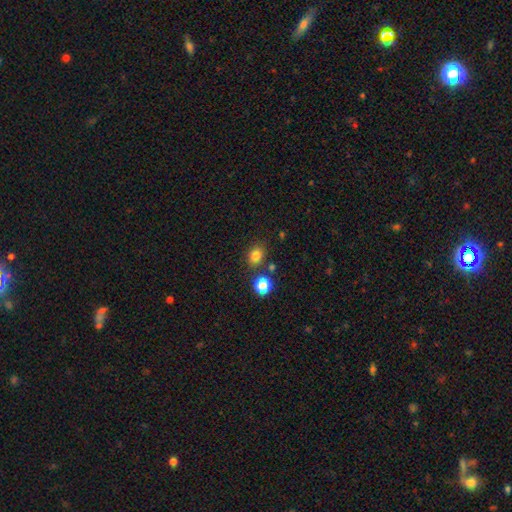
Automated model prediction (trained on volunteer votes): Overall: smooth (81%). How rounded: round (55%; in between 44%). Merging: none (77%).